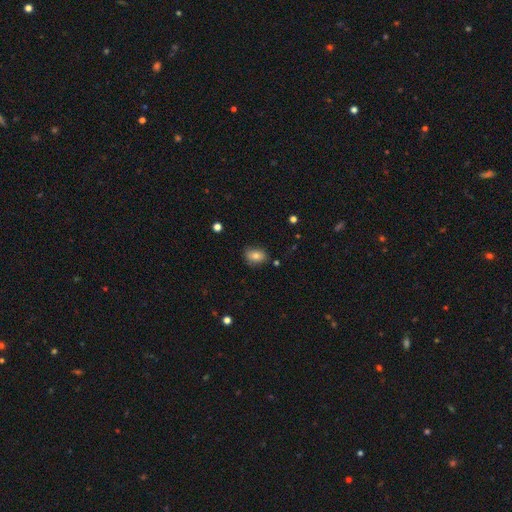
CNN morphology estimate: Smooth or featured?
  - smooth: 78% *
  - featured or disk: 12%
  - star or artifact: 10%
How rounded?
  - in between: 75% *
  - round: 23%
  - cigar-shaped: 2%
Merging?
  - none: 77% *
  - minor disturbance: 18%
  - major disturbance: 3%
  - merger: 2%